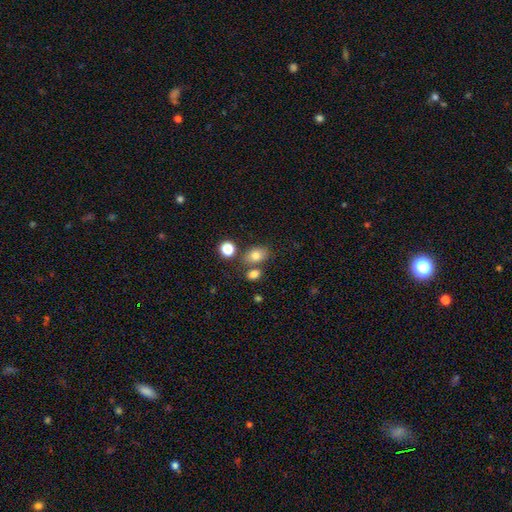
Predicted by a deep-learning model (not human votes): Smooth or featured?
  - smooth: 79% *
  - star or artifact: 12%
  - featured or disk: 10%
How rounded?
  - in between: 70% *
  - round: 29%
  - cigar-shaped: 1%
Merging?
  - none: 66% *
  - merger: 18%
  - minor disturbance: 12%
  - major disturbance: 4%